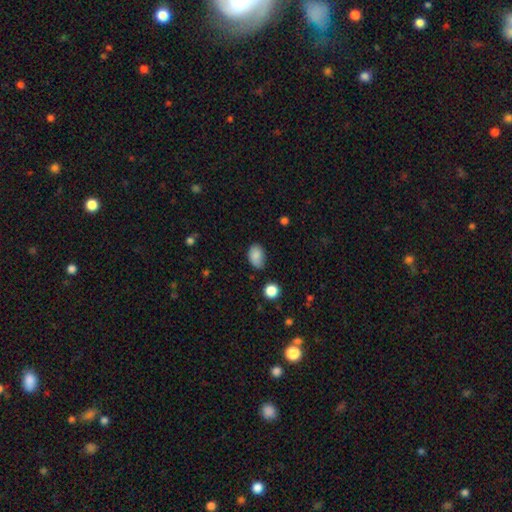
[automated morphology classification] The model was most divided on "merging": none: 65%, minor disturbance: 27%, major disturbance: 5%, merger: 2%. More confident: how rounded — in between (85%); smooth or featured — smooth (84%).